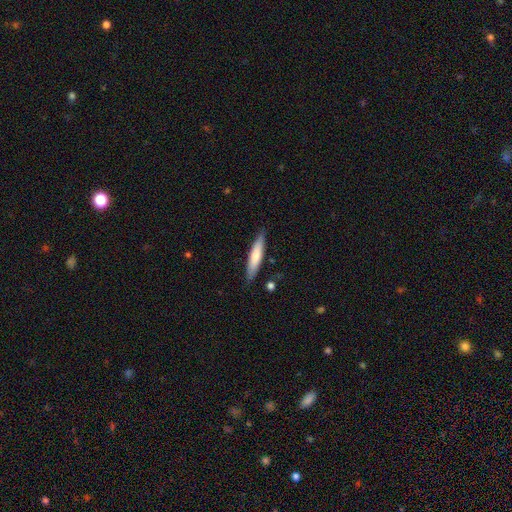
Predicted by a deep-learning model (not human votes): Smooth or featured? Predicted: smooth (p=0.71). How rounded? Predicted: cigar-shaped (p=0.82). Merging? Predicted: none (p=0.86).